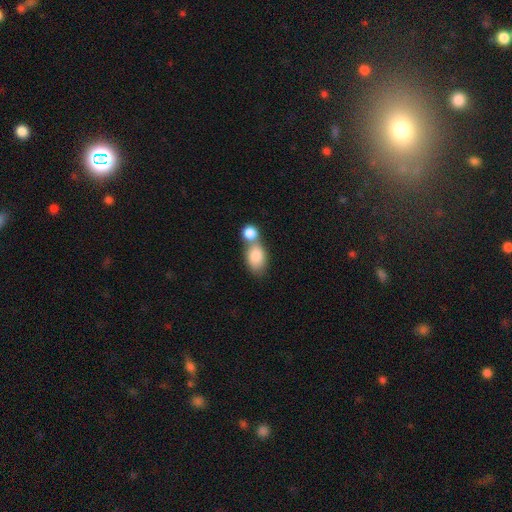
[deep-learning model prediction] Smooth or featured?
  - smooth: 83% *
  - featured or disk: 10%
  - star or artifact: 7%
How rounded?
  - in between: 82% *
  - round: 15%
  - cigar-shaped: 2%
Merging?
  - merger: 56% *
  - none: 30%
  - minor disturbance: 10%
  - major disturbance: 5%